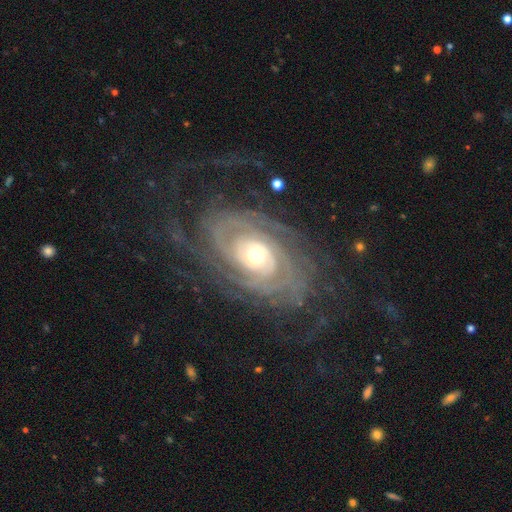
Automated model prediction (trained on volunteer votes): Smooth or featured? featured or disk (90%)
Edge-on disk? no (95%)
Bar? no (72%)
Spiral arms? yes (96%)
Spiral winding? tight (75%)
Spiral arm count? can't tell (31%)
Bulge size? moderate (63%)
Merging? none (68%)